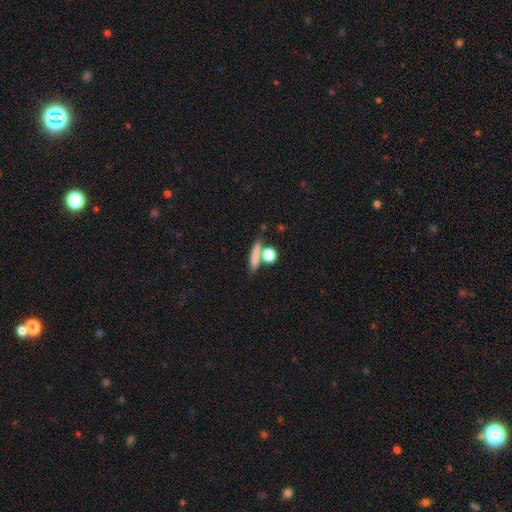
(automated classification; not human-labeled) This appears to be a smooth galaxy with no disk features (76%) that is cigar-shaped (55%). Merging: none (66%).